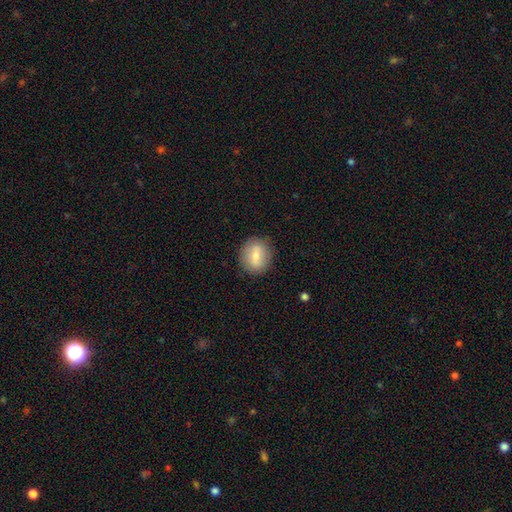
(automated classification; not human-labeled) A smooth galaxy with no disk features (69%) that is round (67%).

Vote fractions:
- Smooth or featured? smooth: 69% / featured or disk: 23% / star or artifact: 8%
- How rounded? round: 67% / in between: 31% / cigar-shaped: 2%
- Merging? none: 85% / minor disturbance: 11% / major disturbance: 3% / merger: 1%